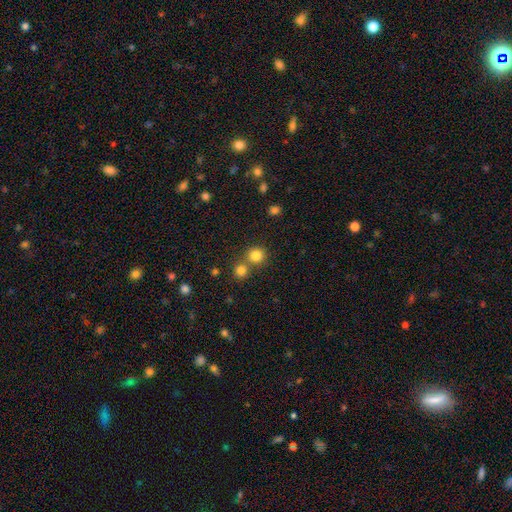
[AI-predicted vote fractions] This is clearly a smooth galaxy (81%). How rounded: clearly round (90%). Merging: likely none (64%).